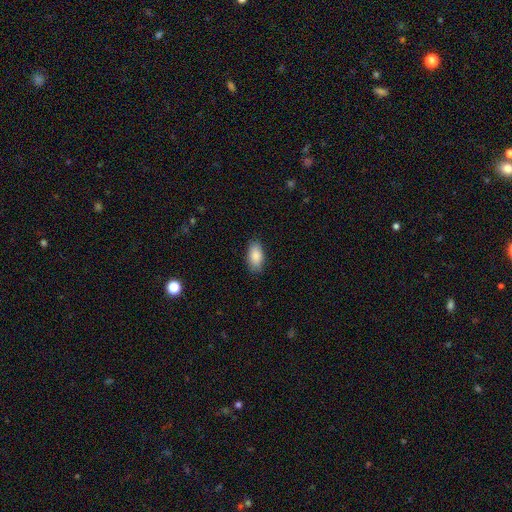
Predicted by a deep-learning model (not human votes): A smooth galaxy with no disk features (87%) that is in between round and cigar-shaped (93%).

Vote fractions:
- Smooth or featured? smooth: 87% / star or artifact: 7% / featured or disk: 6%
- How rounded? in between: 93% / cigar-shaped: 4% / round: 3%
- Merging? none: 86% / minor disturbance: 11% / major disturbance: 2% / merger: 1%